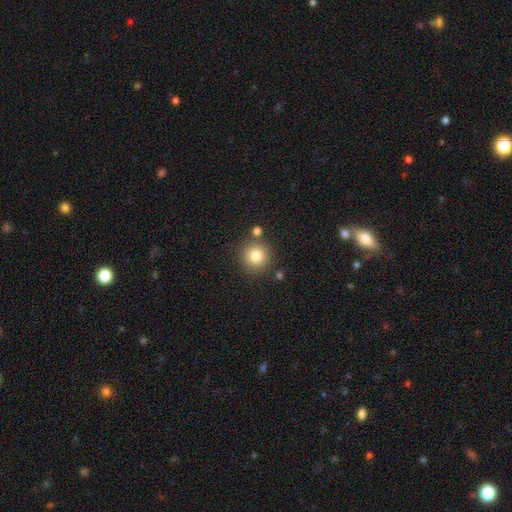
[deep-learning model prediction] smooth 82%, star or artifact 11%, featured or disk 7%. Down the decision tree: how rounded — round (94%); merging — none (81%).